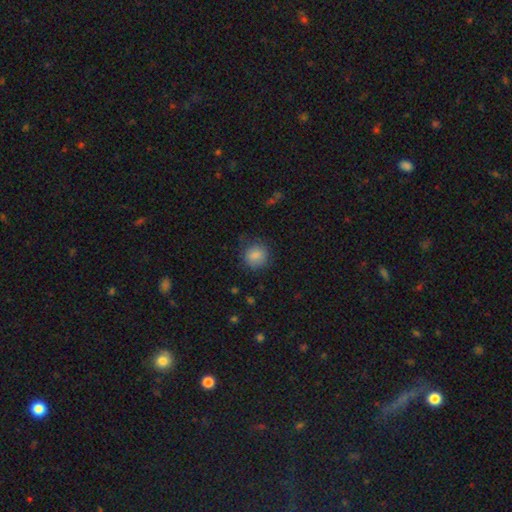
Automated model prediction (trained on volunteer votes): A smooth galaxy with no disk features (85%) that is round (84%). Merging: none (79%).